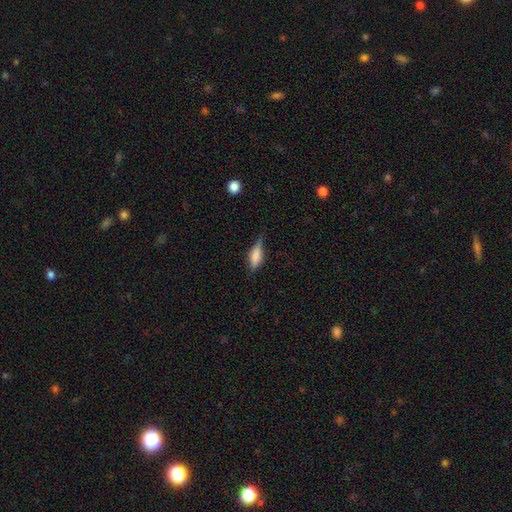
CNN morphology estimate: Smooth or featured? smooth (60%)
How rounded? in between (60%)
Merging? none (58%)